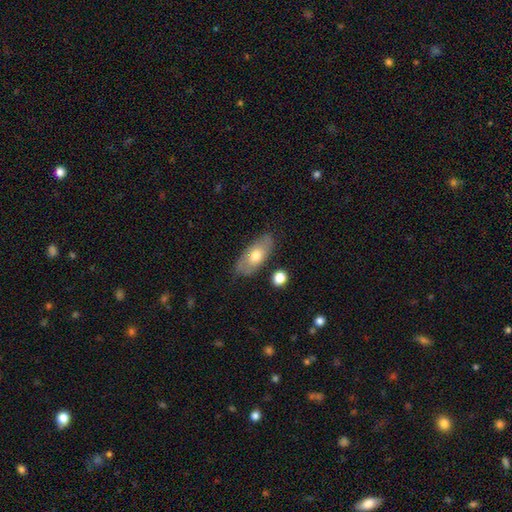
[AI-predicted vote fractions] The model was most divided on "smooth or featured": smooth: 63%, featured or disk: 31%, star or artifact: 6%. More confident: how rounded — in between (89%); merging — none (76%).